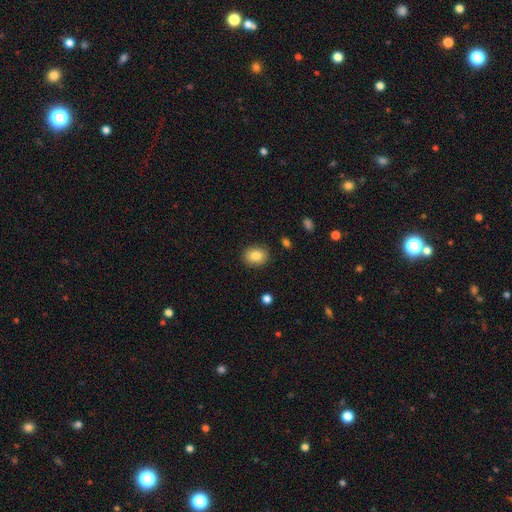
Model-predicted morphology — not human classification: A smooth galaxy with no disk features (84%) that is in between round and cigar-shaped (51%). Merging: none (88%).